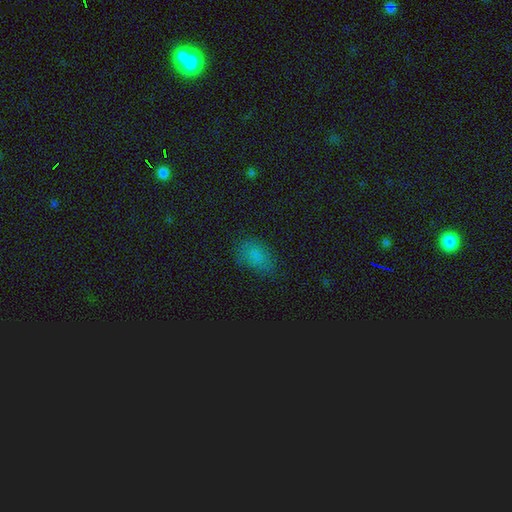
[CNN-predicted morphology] A smooth galaxy with no disk features (75%) that is in between round and cigar-shaped (88%). Merging: none (70%).